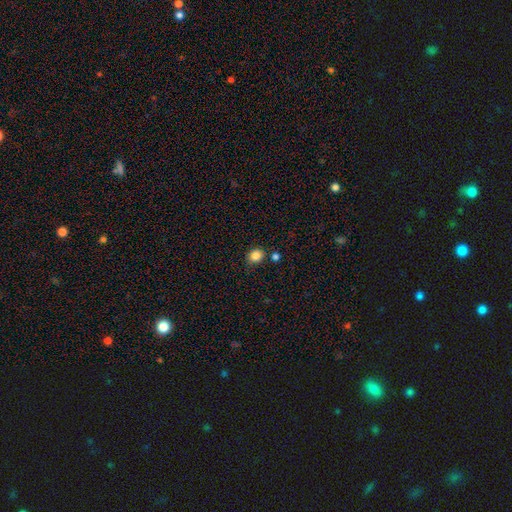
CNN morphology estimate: smooth-or-featured: smooth: 85% | star or artifact: 11% | featured or disk: 4%
  how-rounded: round: 71% | in between: 29% | cigar-shaped: 1%
  merging: none: 81% | minor disturbance: 10% | merger: 6% | major disturbance: 3%